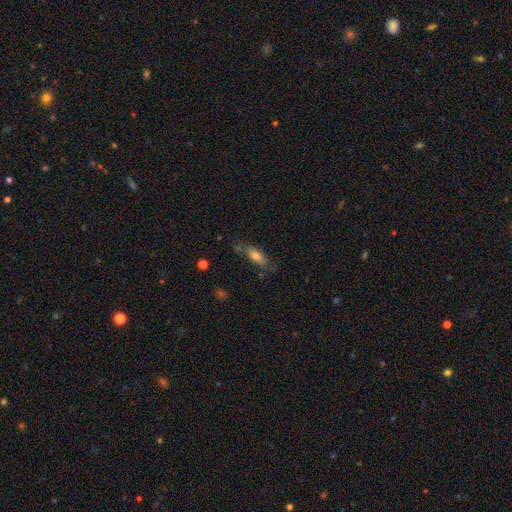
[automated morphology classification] The model was most divided on "how rounded": in between: 64%, cigar-shaped: 34%, round: 2%. More confident: smooth or featured — smooth (69%); merging — none (67%).